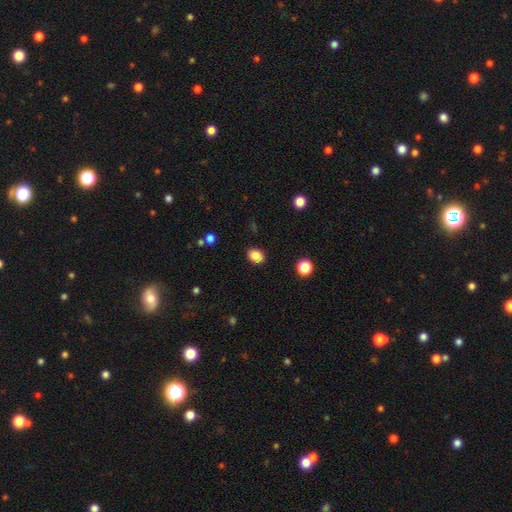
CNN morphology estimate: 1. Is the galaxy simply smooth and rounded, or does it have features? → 85% smooth, 10% star or artifact, 5% featured or disk.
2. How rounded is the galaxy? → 53% in between, 46% round, 1% cigar-shaped.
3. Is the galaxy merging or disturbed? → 88% none, 8% minor disturbance, 2% major disturbance, 1% merger.